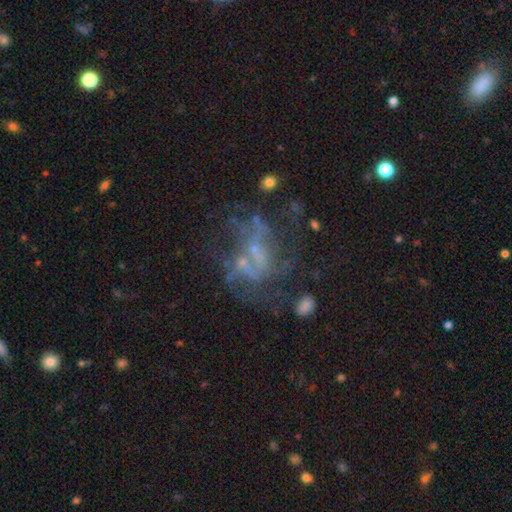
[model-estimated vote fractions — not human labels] A featured or disk galaxy (59%) with no bar (64%), no spiral arms (61%) and no central bulge (46%). Merging: none (39%).